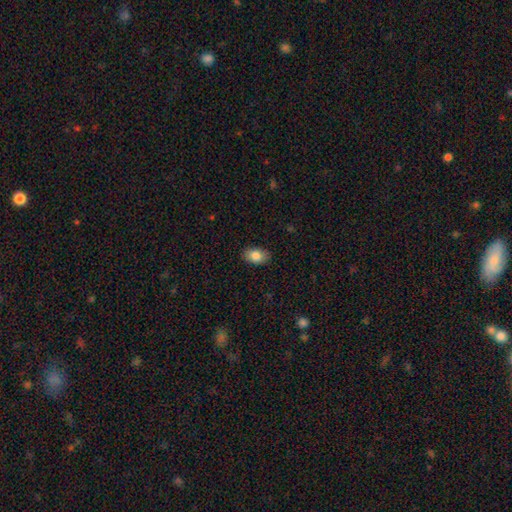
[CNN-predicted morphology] This is clearly a smooth galaxy (84%). How rounded: clearly in between (87%). Merging: clearly none (87%).